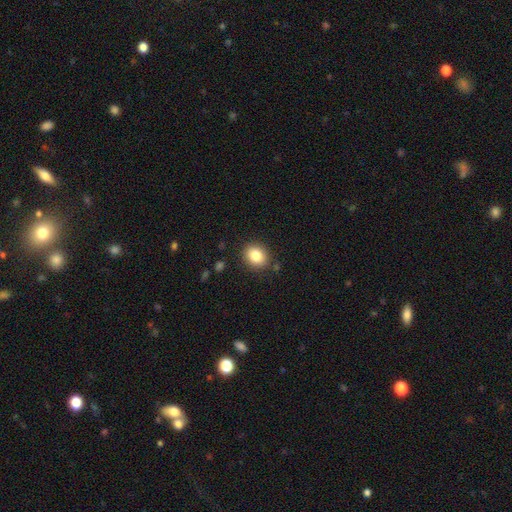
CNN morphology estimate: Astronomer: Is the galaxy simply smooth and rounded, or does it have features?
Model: smooth — 84%.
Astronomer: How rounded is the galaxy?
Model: round — 61% (runner-up: in between, 38%).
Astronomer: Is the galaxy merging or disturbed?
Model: none — 87%.